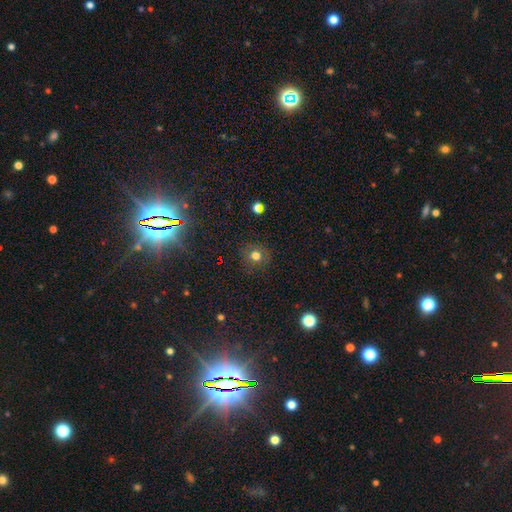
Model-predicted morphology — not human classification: smooth 69%, star or artifact 20%, featured or disk 10%. Down the decision tree: how rounded — round (84%); merging — none (84%).